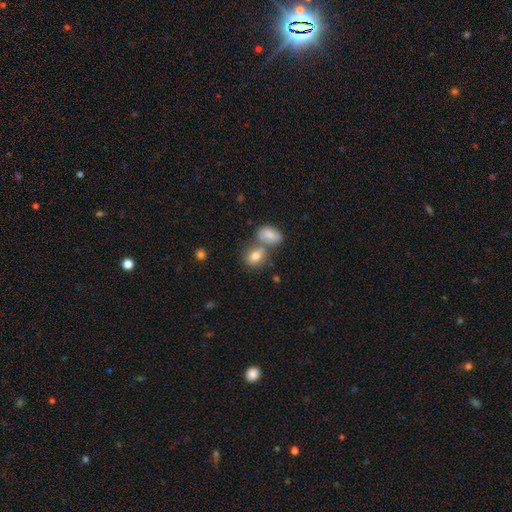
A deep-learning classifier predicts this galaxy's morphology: type=smooth (79%); roundness=in between (68%); merging=merger (47%).